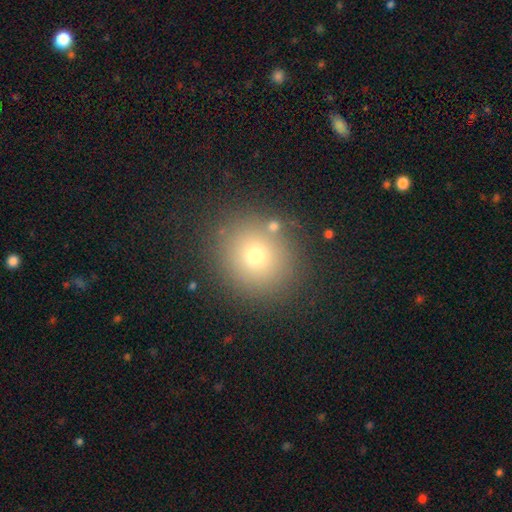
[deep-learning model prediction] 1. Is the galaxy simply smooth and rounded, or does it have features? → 68% smooth, 19% star or artifact, 13% featured or disk.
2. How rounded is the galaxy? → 86% round, 13% in between, 1% cigar-shaped.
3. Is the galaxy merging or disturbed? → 84% none, 8% minor disturbance, 4% merger, 4% major disturbance.